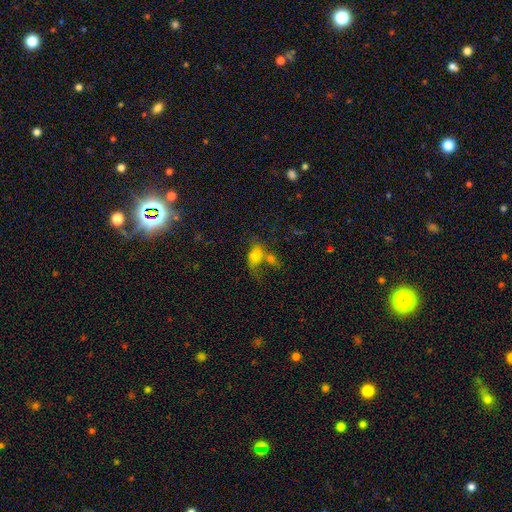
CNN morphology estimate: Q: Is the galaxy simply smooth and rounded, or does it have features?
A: smooth — 64%.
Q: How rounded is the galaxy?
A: in between — 87%.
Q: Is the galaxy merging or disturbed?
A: merger — 49%.